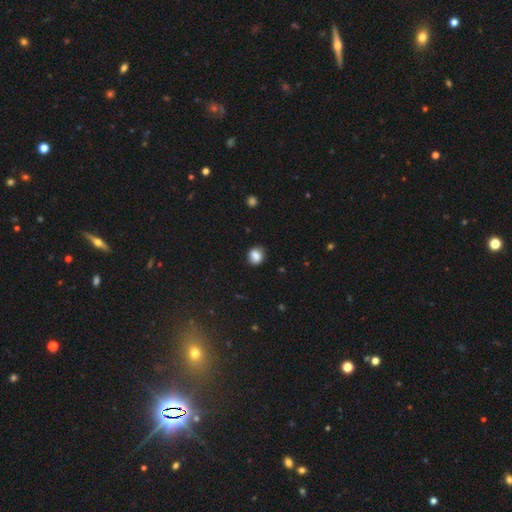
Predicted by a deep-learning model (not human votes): Smooth or featured? Predicted: smooth (p=0.83). How rounded? Predicted: round (p=0.58). Merging? Predicted: none (p=0.79).